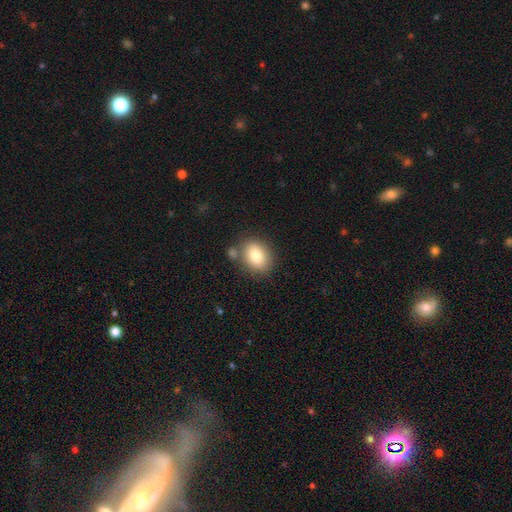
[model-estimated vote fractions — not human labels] Smooth or featured? smooth (82%)
How rounded? in between (59%)
Merging? none (72%)